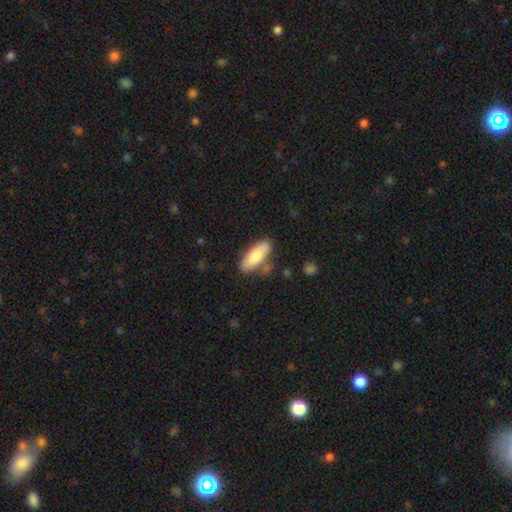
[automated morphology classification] smooth-or-featured: smooth: 79% | featured or disk: 15% | star or artifact: 6%
  how-rounded: in between: 72% | cigar-shaped: 26% | round: 2%
  merging: none: 77% | minor disturbance: 15% | merger: 5% | major disturbance: 3%